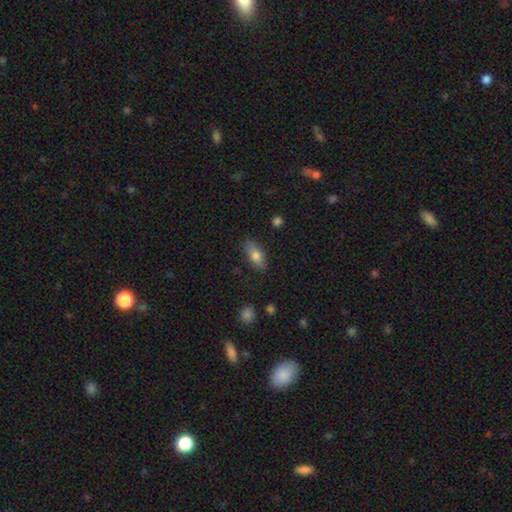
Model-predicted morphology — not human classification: smooth_or_featured: smooth (p=0.76) [alt: featured or disk p=0.16]
how_rounded: in between (p=0.85) [alt: cigar-shaped p=0.11]
merging: none (p=0.83) [alt: minor disturbance p=0.12]